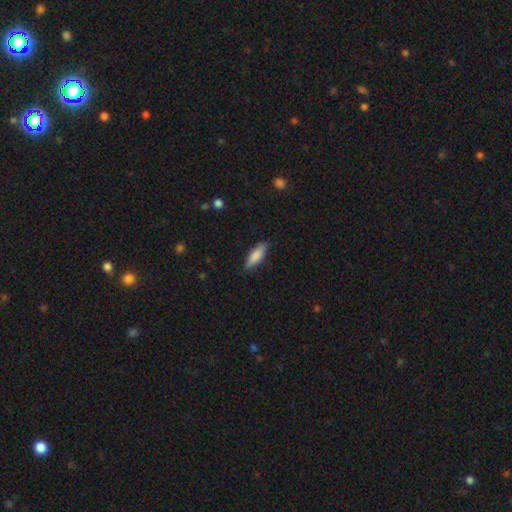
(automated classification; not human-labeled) smooth 85%, featured or disk 10%, star or artifact 6%. Down the decision tree: how rounded — in between (50%); merging — none (86%).